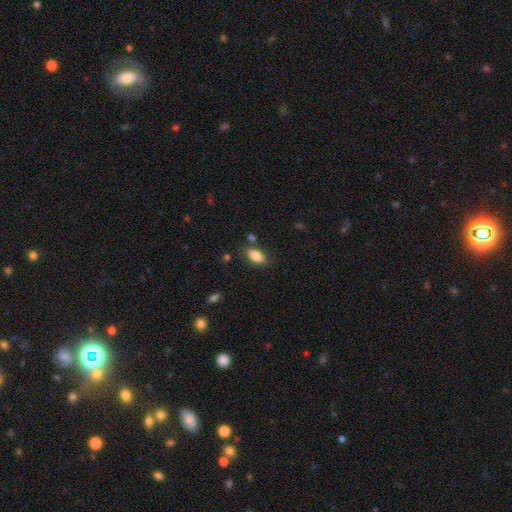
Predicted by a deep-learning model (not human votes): smooth_or_featured: smooth (p=0.85) [alt: star or artifact p=0.07]
how_rounded: in between (p=0.92) [alt: round p=0.05]
merging: none (p=0.77) [alt: minor disturbance p=0.14]